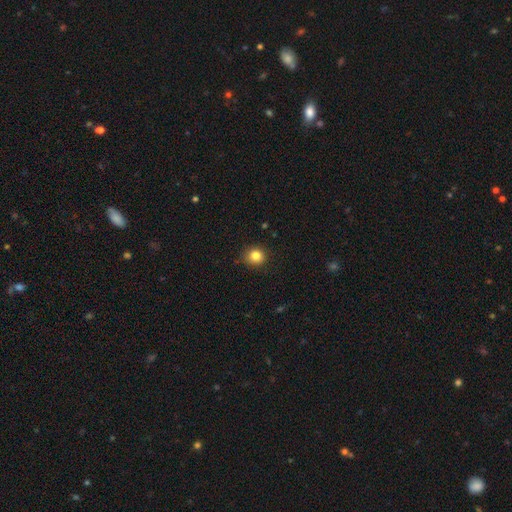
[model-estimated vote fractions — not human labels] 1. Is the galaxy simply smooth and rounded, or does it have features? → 83% smooth, 12% star or artifact, 6% featured or disk.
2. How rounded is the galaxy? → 87% round, 13% in between, 1% cigar-shaped.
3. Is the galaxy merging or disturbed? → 86% none, 10% minor disturbance, 2% major disturbance, 1% merger.